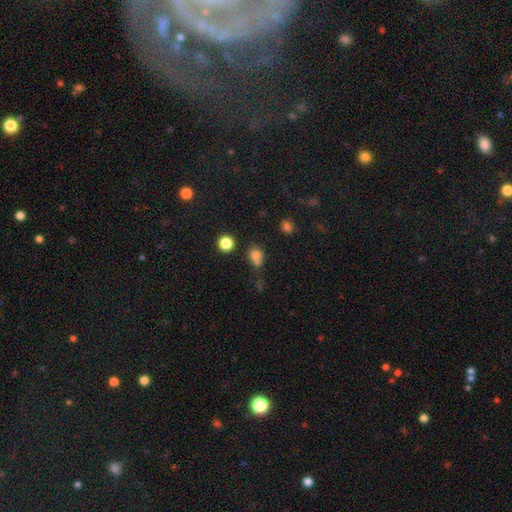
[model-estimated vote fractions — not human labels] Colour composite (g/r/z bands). It shows a smooth galaxy with no disk features (74%) that is round (67%). Merging: none (44%).